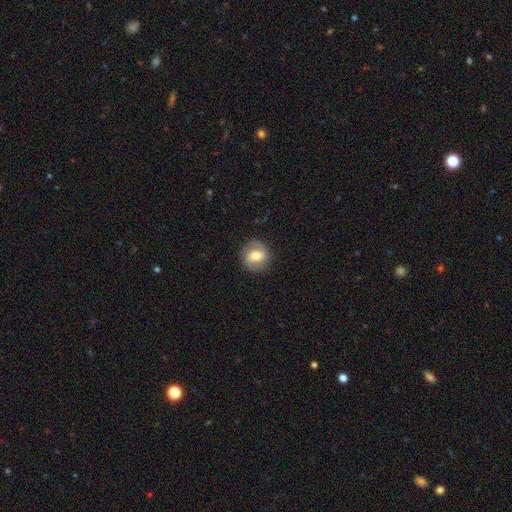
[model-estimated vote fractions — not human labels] Smooth or featured?
  - featured or disk: 48% *
  - smooth: 44%
  - star or artifact: 8%
Merging?
  - none: 81% *
  - minor disturbance: 13%
  - major disturbance: 5%
  - merger: 1%